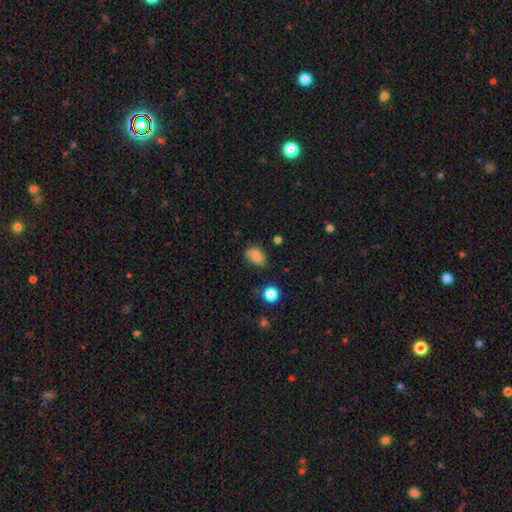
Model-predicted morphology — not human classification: The model was most divided on "merging": none: 68%, minor disturbance: 24%, major disturbance: 5%, merger: 2%. More confident: smooth or featured — smooth (81%); how rounded — in between (76%).